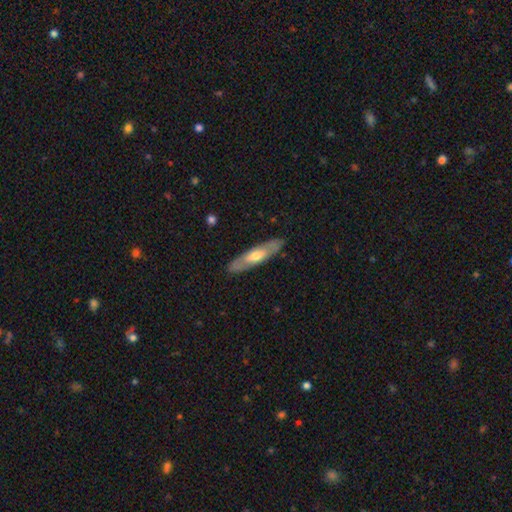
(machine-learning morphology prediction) This appears to be a featured or disk galaxy (51%) viewed edge-on (51%). Merging: none (86%).